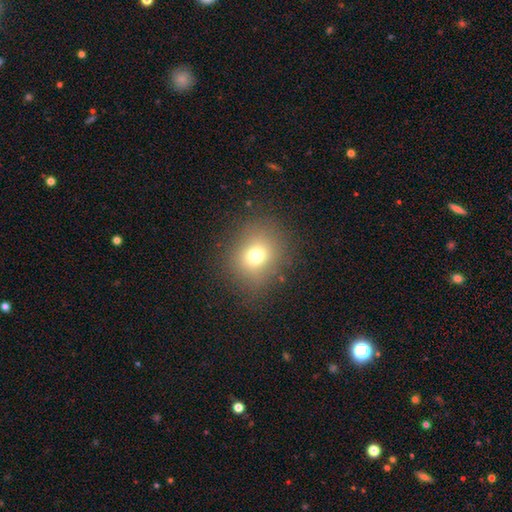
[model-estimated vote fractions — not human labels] Q: Smooth or featured?
A: smooth (71%); runner-up: star or artifact (17%)
Q: How rounded?
A: round (71%); runner-up: in between (28%)
Q: Merging?
A: none (83%); runner-up: minor disturbance (10%)